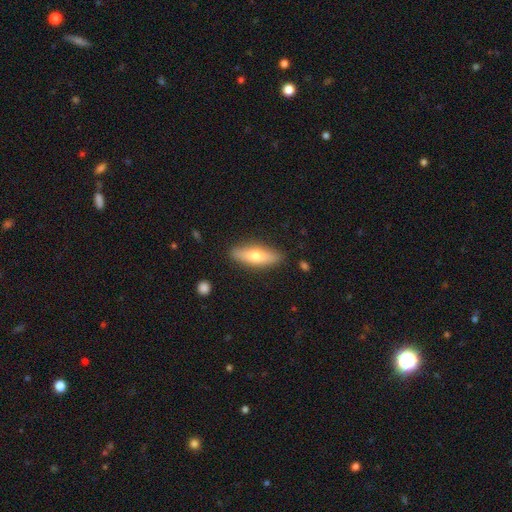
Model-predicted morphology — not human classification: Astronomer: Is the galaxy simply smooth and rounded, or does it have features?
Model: smooth — 59% (runner-up: featured or disk, 35%).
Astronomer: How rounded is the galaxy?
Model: cigar-shaped — 55% (runner-up: in between, 43%).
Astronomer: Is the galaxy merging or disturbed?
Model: none — 87%.